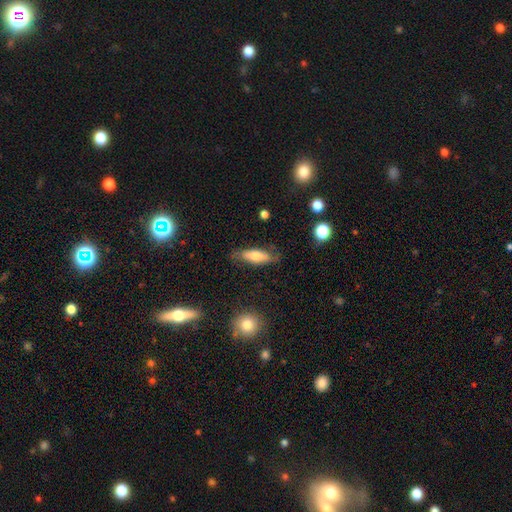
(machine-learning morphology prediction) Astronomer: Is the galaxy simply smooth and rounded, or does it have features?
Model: smooth — 65%.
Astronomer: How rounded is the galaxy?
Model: in between — 60% (runner-up: cigar-shaped, 37%).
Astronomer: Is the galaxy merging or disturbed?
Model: none — 72%.